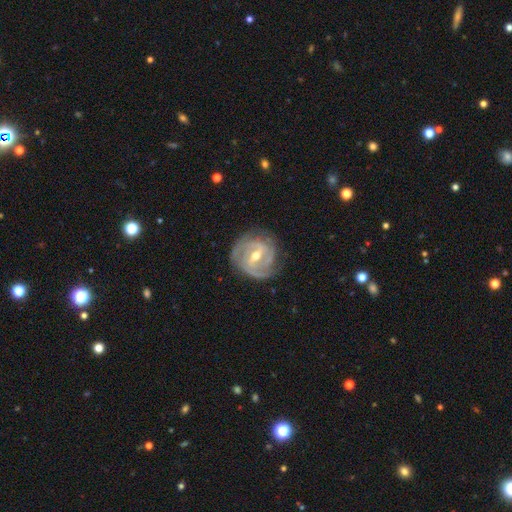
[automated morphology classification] A featured or disk galaxy (88%) with a weak bar (49%), 2 (41%) tight (57%) spiral arms (95%) and a moderate central bulge (65%).

Vote fractions:
- Smooth or featured? featured or disk: 88% / smooth: 7% / star or artifact: 4%
- Edge-on disk? no: 97% / yes: 3%
- Bar? weak: 49% / strong: 37% / no: 14%
- Spiral arms? yes: 95% / no: 5%
- Spiral winding? tight: 57% / medium: 35% / loose: 8%
- Spiral arm count? 2: 41% / 3: 28% / can't tell: 17% / 4: 6% / 1: 5% / more than 4: 4%
- Bulge size? moderate: 65% / small: 31% / large: 2% / none: 1% / dominant: 1%
- Merging? none: 75% / minor disturbance: 17% / major disturbance: 6% / merger: 1%